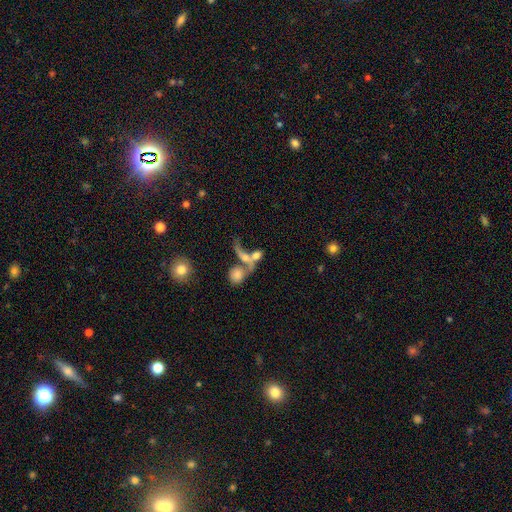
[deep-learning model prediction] The model was most divided on "smooth or featured": smooth: 44%, featured or disk: 42%, star or artifact: 13%. More confident: merging — merger (61%).